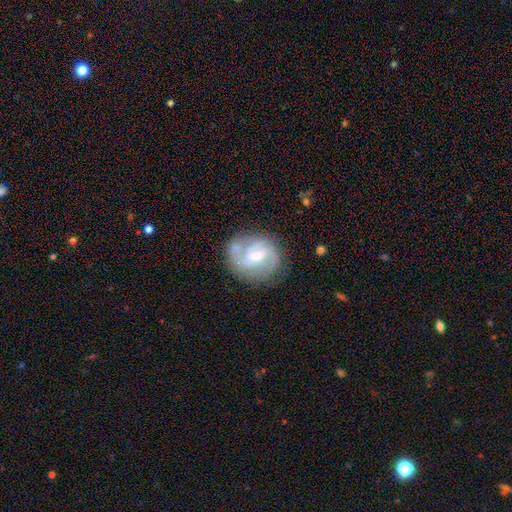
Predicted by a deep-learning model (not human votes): smooth_or_featured: featured or disk (p=0.81) [alt: smooth p=0.13]
disk_edge_on: no (p=0.98) [alt: yes p=0.02]
bar: weak (p=0.58) [alt: no p=0.25]
has_spiral_arms: yes (p=0.93) [alt: no p=0.07]
spiral_winding: medium (p=0.47) [alt: tight p=0.37]
spiral_arm_count: 2 (p=0.56) [alt: can't tell p=0.17]
bulge_size: small (p=0.53) [alt: moderate p=0.41]
merging: none (p=0.68) [alt: minor disturbance p=0.19]